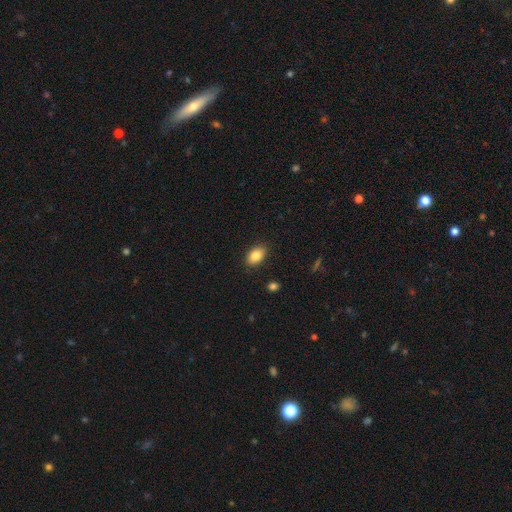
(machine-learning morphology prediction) A smooth galaxy with no disk features (85%) that is in between round and cigar-shaped (89%). Merging: none (87%).